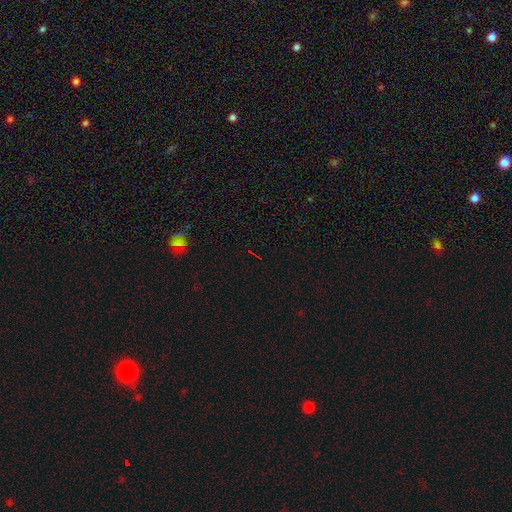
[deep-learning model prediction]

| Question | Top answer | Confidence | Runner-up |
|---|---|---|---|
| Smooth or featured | star or artifact | 77% | smooth (14%) |